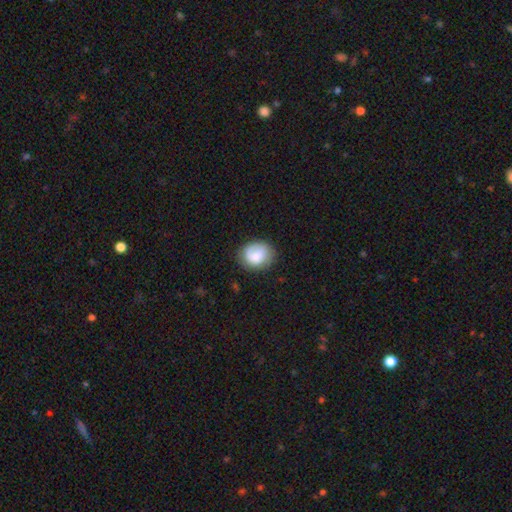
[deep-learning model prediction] The model was most divided on "how rounded": round: 64%, in between: 35%, cigar-shaped: 1%. More confident: smooth or featured — smooth (74%); merging — none (71%).